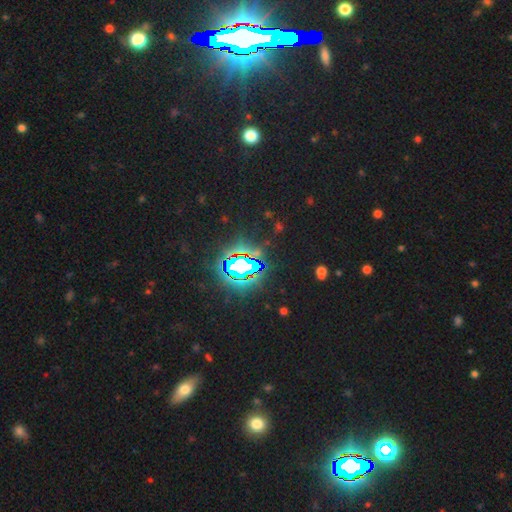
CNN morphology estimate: The model was most divided on "smooth or featured": star or artifact: 79%, smooth: 12%, featured or disk: 9%.